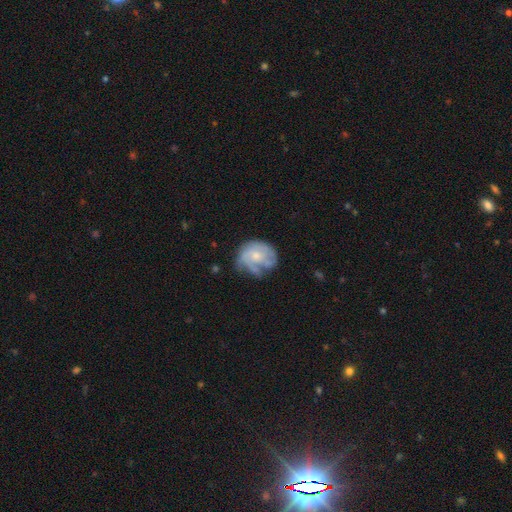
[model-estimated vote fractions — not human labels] Morphology: type=featured or disk (61%); edge-on=no (98%); bar=no (80%); spiral arms=yes (73%); bulge=small (46%); merging=none (48%).